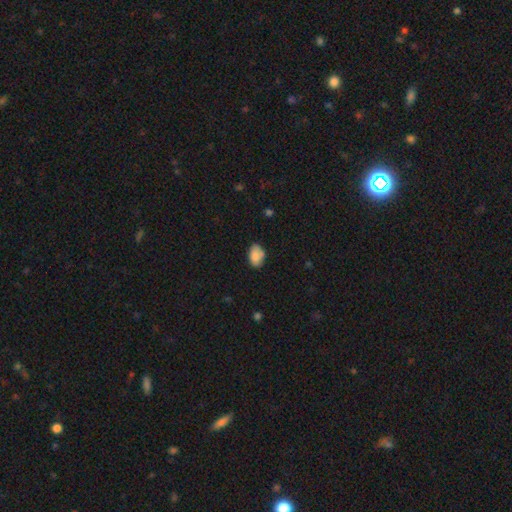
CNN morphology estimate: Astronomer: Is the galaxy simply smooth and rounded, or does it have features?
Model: smooth — 85%.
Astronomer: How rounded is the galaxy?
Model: in between — 88%.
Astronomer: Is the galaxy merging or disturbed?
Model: none — 72%.